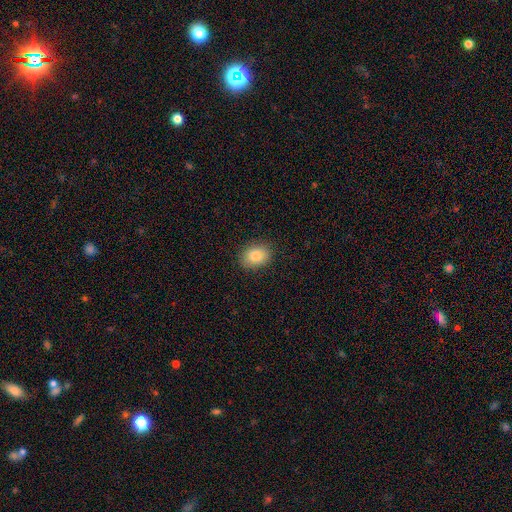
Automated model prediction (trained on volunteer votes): A smooth galaxy with no disk features (85%) that is in between round and cigar-shaped (66%).

Vote fractions:
- Smooth or featured? smooth: 85% / star or artifact: 8% / featured or disk: 7%
- How rounded? in between: 66% / round: 33% / cigar-shaped: 1%
- Merging? none: 88% / minor disturbance: 9% / major disturbance: 2% / merger: 1%